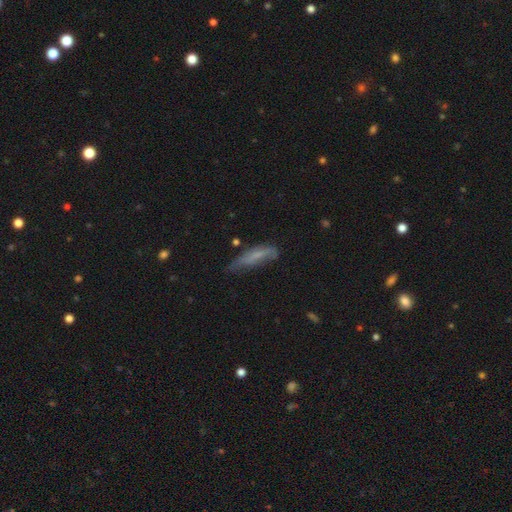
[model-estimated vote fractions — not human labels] Overall: smooth (58%; featured or disk 32%). How rounded: cigar-shaped (71%). Merging: none (43%; minor disturbance 35%).